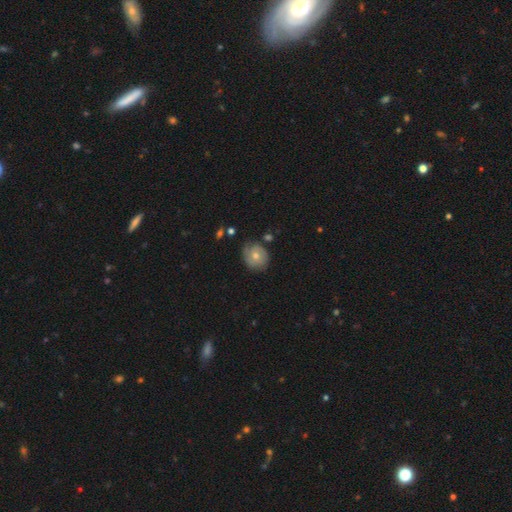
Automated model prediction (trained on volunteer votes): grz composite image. It shows a smooth galaxy with no disk features (51%) that is round (76%). Merging: none (68%).